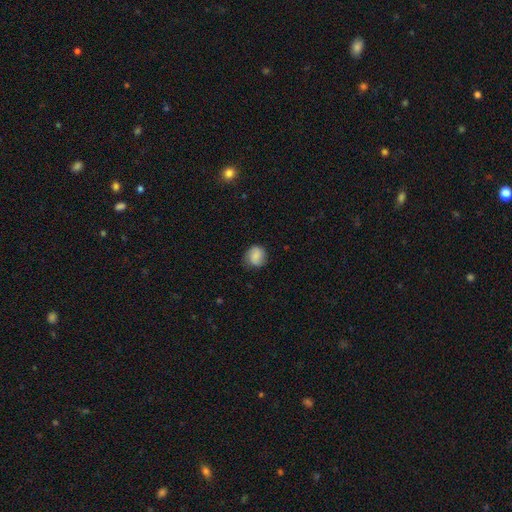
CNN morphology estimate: Smooth or featured? smooth (78%)
How rounded? round (79%)
Merging? none (76%)